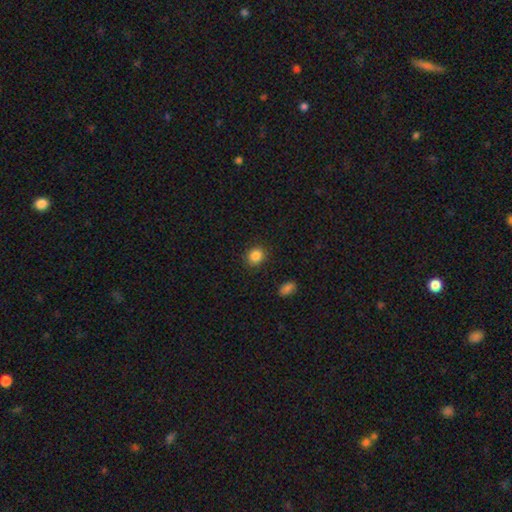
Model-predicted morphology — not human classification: smooth-or-featured: smooth: 86% | star or artifact: 10% | featured or disk: 4%
  how-rounded: round: 75% | in between: 24% | cigar-shaped: 1%
  merging: none: 88% | minor disturbance: 8% | major disturbance: 2% | merger: 1%